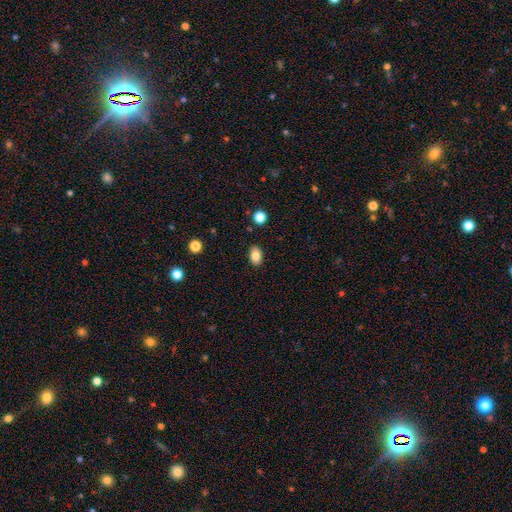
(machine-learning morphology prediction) Smooth or featured? Predicted: smooth (p=0.83). How rounded? Predicted: in between (p=0.86). Merging? Predicted: none (p=0.87).